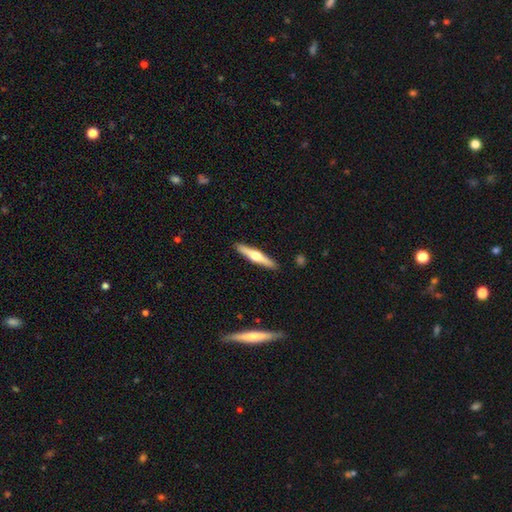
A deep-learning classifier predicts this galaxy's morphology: featured or disk 63%, smooth 32%, star or artifact 5%. Down the decision tree: edge-on disk — yes (97%); edge-on bulge — rounded (94%); merging — none (91%).